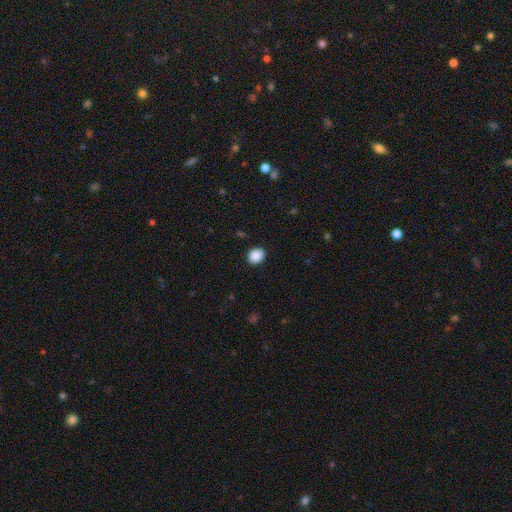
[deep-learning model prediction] Q: Smooth or featured?
A: smooth (89%); runner-up: star or artifact (8%)
Q: How rounded?
A: round (62%); runner-up: in between (37%)
Q: Merging?
A: none (90%); runner-up: minor disturbance (7%)